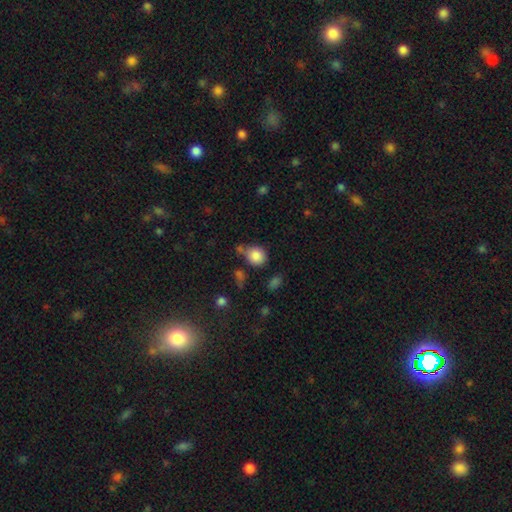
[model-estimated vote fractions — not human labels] smooth-or-featured: smooth: 85% | star or artifact: 9% | featured or disk: 5%
  how-rounded: round: 79% | in between: 20% | cigar-shaped: 1%
  merging: none: 64% | minor disturbance: 18% | merger: 13% | major disturbance: 5%